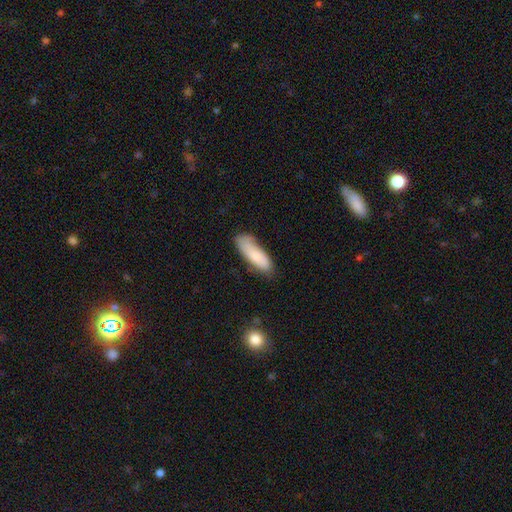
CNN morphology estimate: Smooth or featured?
  - smooth: 81% *
  - featured or disk: 13%
  - star or artifact: 6%
How rounded?
  - in between: 56% *
  - cigar-shaped: 42%
  - round: 2%
Merging?
  - none: 64% *
  - minor disturbance: 27%
  - major disturbance: 6%
  - merger: 3%